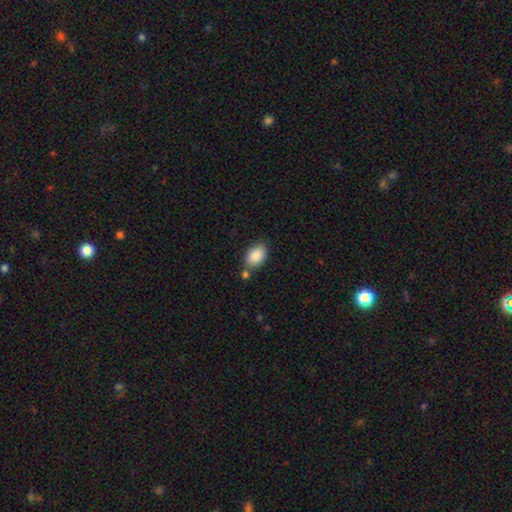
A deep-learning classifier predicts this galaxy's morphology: Smooth or featured? smooth (88%)
How rounded? in between (90%)
Merging? none (71%)